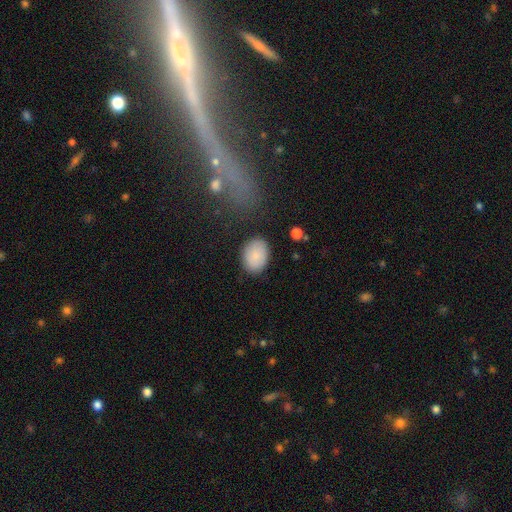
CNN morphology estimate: A smooth galaxy with no disk features (86%) that is in between round and cigar-shaped (74%). Merging: none (84%).